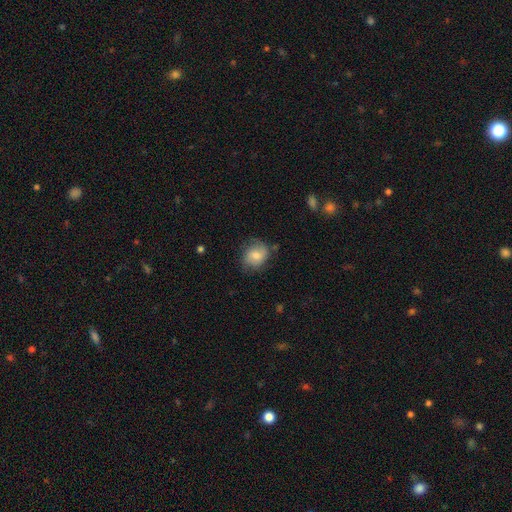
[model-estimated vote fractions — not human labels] Smooth or featured? Predicted: smooth (p=0.64). How rounded? Predicted: round (p=0.63). Merging? Predicted: none (p=0.64).